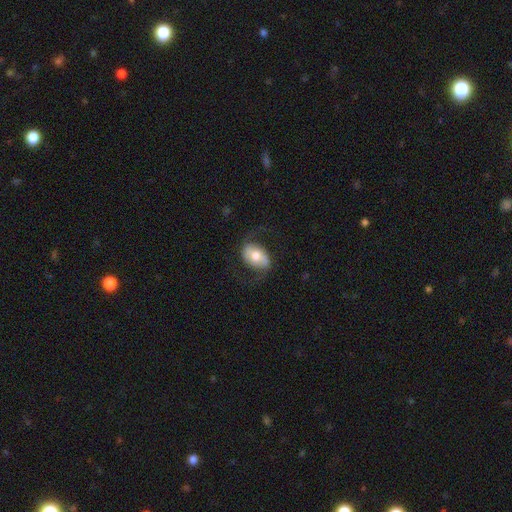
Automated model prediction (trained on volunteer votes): Smooth or featured? featured or disk (54%)
Edge-on disk? no (94%)
Bar? no (44%)
Spiral arms? yes (77%)
Bulge size? moderate (66%)
Merging? none (68%)